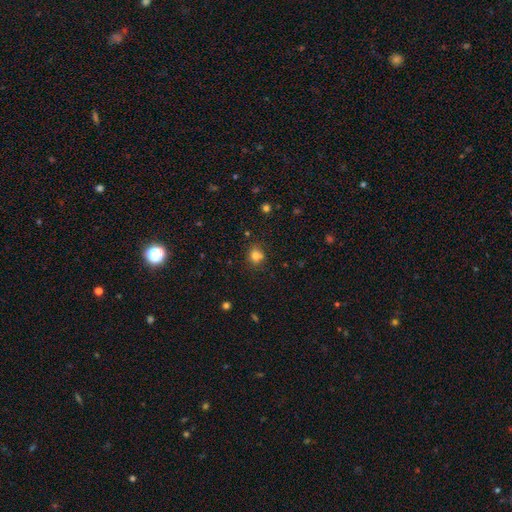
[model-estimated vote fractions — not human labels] smooth 77%, star or artifact 15%, featured or disk 8%. Down the decision tree: how rounded — round (75%); merging — none (70%).